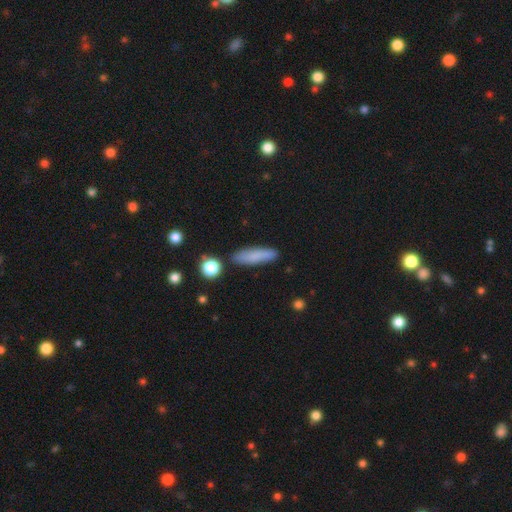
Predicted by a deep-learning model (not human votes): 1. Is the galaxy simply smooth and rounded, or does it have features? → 81% smooth, 12% featured or disk, 8% star or artifact.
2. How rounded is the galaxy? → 69% cigar-shaped, 28% in between, 3% round.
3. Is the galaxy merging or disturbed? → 84% none, 11% minor disturbance, 3% merger, 3% major disturbance.